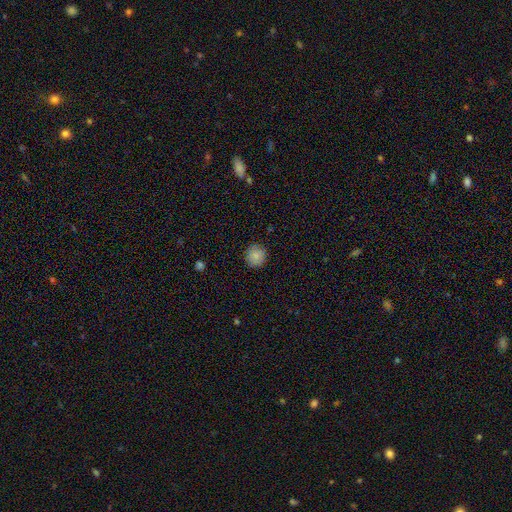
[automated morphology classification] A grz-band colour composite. It shows a smooth galaxy with no disk features (86%) that is round (91%). Merging: none (89%).